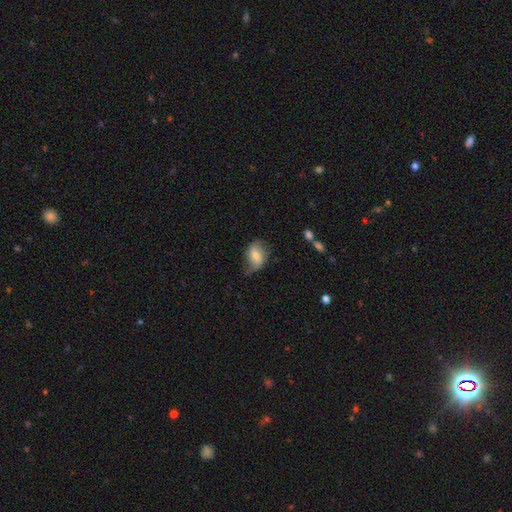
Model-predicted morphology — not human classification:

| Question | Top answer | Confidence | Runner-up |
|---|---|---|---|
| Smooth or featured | smooth | 47% | featured or disk (46%) |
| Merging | none | 55% | minor disturbance (32%) |